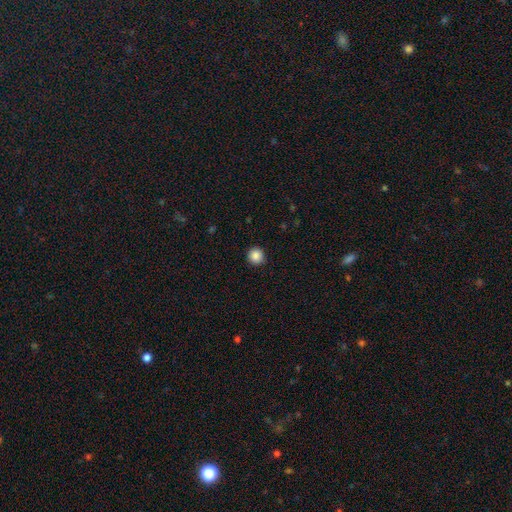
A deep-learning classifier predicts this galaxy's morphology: Smooth or featured?
  - smooth: 86% *
  - star or artifact: 10%
  - featured or disk: 4%
How rounded?
  - round: 95% *
  - in between: 4%
  - cigar-shaped: 1%
Merging?
  - none: 91% *
  - minor disturbance: 6%
  - major disturbance: 2%
  - merger: 1%